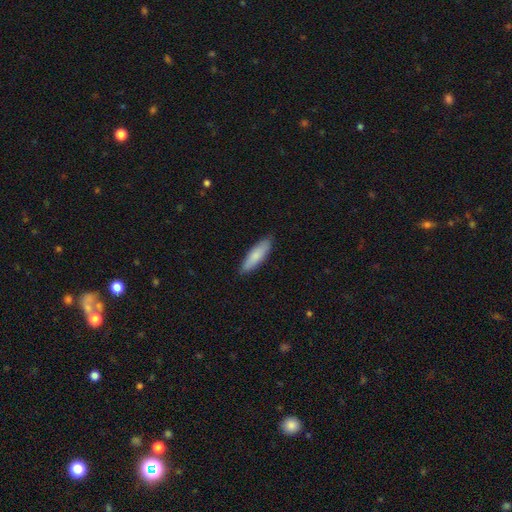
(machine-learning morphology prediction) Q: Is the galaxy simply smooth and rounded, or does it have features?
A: smooth — 81%.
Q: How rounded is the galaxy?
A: cigar-shaped — 62%.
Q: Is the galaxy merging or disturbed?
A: none — 87%.